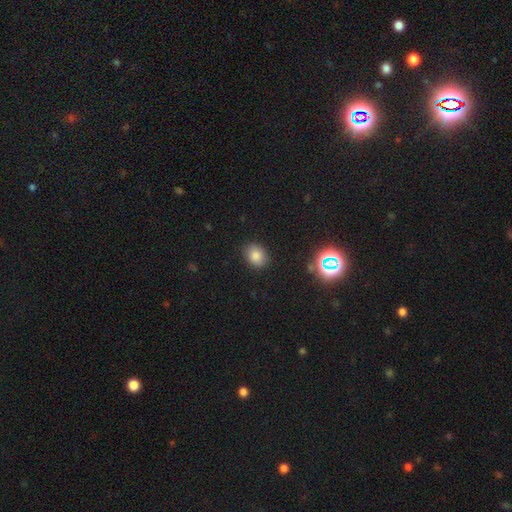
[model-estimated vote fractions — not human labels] The model was most divided on "how rounded": in between: 57%, round: 42%, cigar-shaped: 1%. More confident: merging — none (85%); smooth or featured — smooth (81%).